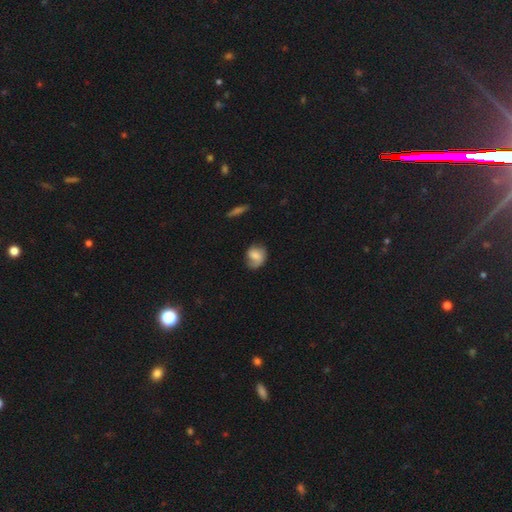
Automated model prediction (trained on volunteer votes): A smooth galaxy with no disk features (58%) that is round (58%). Merging: none (52%).